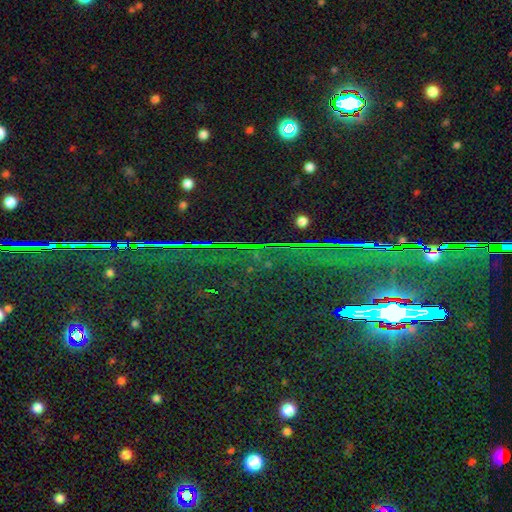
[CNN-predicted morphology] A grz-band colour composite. It shows a star or artifact, not a galaxy (84%).